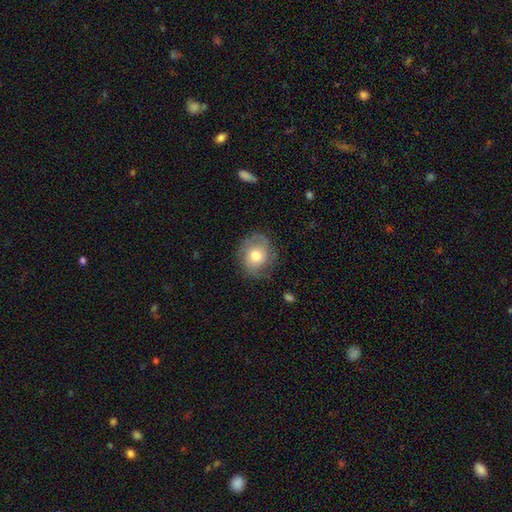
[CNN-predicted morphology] A smooth galaxy with no disk features (54%) that is round (76%).

Vote fractions:
- Smooth or featured? smooth: 54% / featured or disk: 38% / star or artifact: 8%
- How rounded? round: 76% / in between: 23% / cigar-shaped: 1%
- Merging? none: 71% / minor disturbance: 20% / major disturbance: 8% / merger: 1%